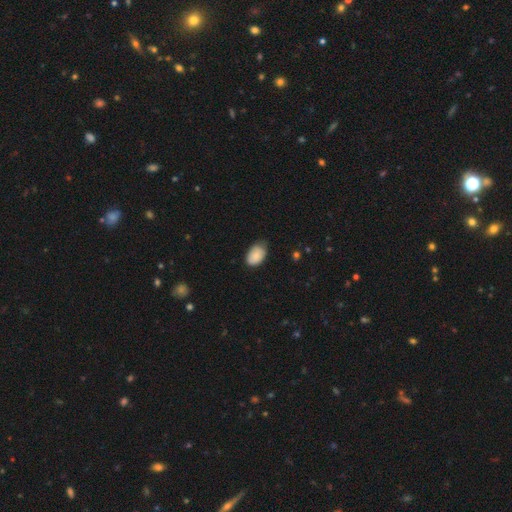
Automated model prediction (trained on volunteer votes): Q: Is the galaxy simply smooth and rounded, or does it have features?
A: smooth — 83%.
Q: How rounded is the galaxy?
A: in between — 88%.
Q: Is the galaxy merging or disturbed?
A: none — 65%.